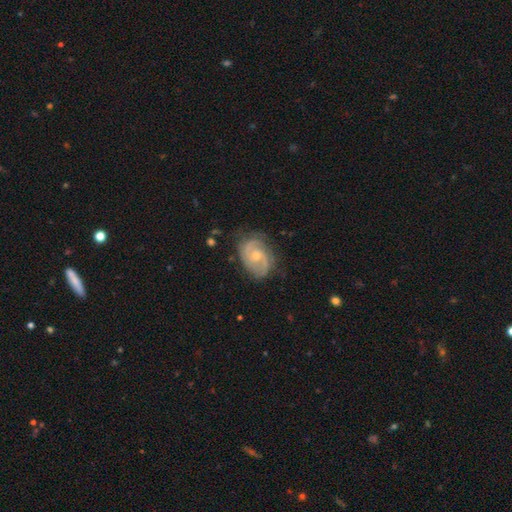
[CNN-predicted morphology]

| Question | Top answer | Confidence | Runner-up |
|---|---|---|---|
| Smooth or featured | featured or disk | 84% | smooth (11%) |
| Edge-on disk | no | 97% | yes (3%) |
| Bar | no | 61% | weak (34%) |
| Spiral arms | yes | 95% | no (5%) |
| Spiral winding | medium | 44% | tied: tight (44%) |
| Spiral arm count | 2 | 72% | can't tell (12%) |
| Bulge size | small | 51% | moderate (46%) |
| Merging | none | 72% | minor disturbance (20%) |